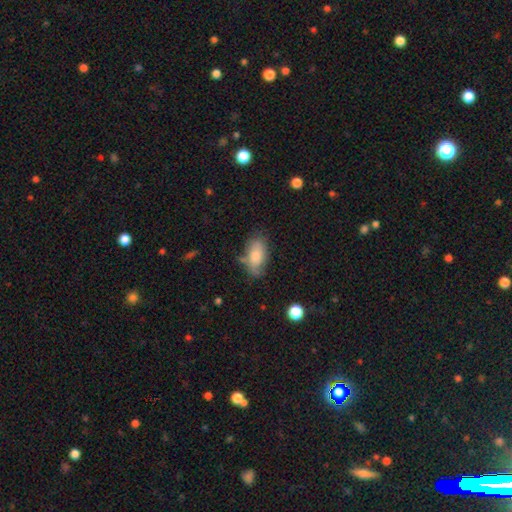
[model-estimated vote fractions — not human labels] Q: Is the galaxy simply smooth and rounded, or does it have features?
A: smooth — 76%.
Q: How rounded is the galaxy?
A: in between — 92%.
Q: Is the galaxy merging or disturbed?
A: none — 58%.